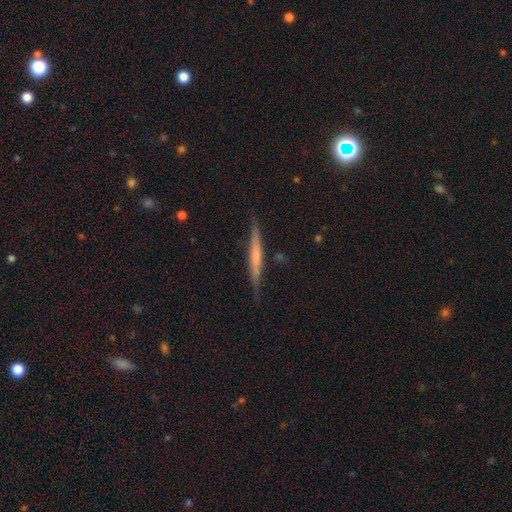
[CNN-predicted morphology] Overall: featured or disk (50%; smooth 44%). Merging: none (84%).